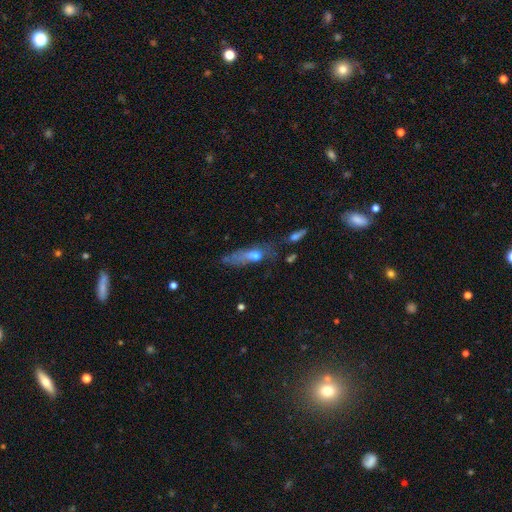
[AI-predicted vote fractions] The model was most divided on "merging": major disturbance: 41%, none: 25%, minor disturbance: 21%, merger: 13%. More confident: how rounded — in between (54%); smooth or featured — smooth (53%).